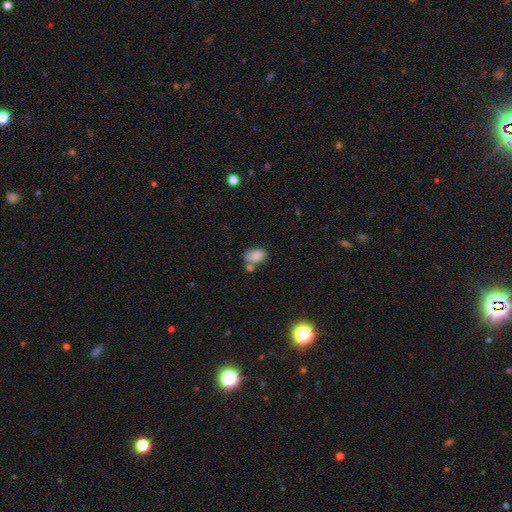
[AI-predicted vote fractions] smooth-or-featured: smooth: 83% | star or artifact: 8% | featured or disk: 8%
  how-rounded: in between: 85% | round: 13% | cigar-shaped: 1%
  merging: none: 51% | merger: 24% | minor disturbance: 19% | major disturbance: 6%